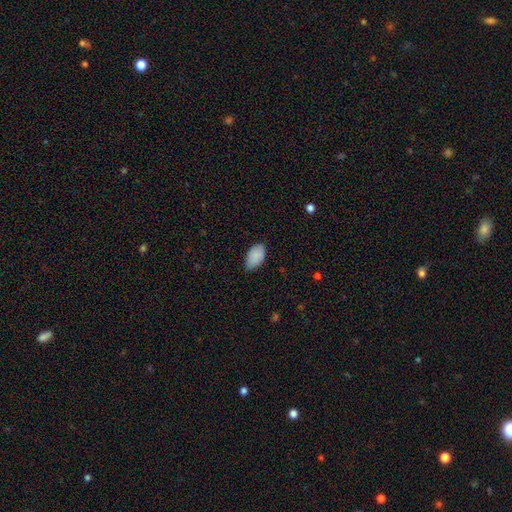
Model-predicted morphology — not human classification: A smooth galaxy with no disk features (88%) that is in between round and cigar-shaped (94%).

Vote fractions:
- Smooth or featured? smooth: 88% / star or artifact: 7% / featured or disk: 5%
- How rounded? in between: 94% / round: 5% / cigar-shaped: 2%
- Merging? none: 62% / minor disturbance: 32% / major disturbance: 4% / merger: 1%